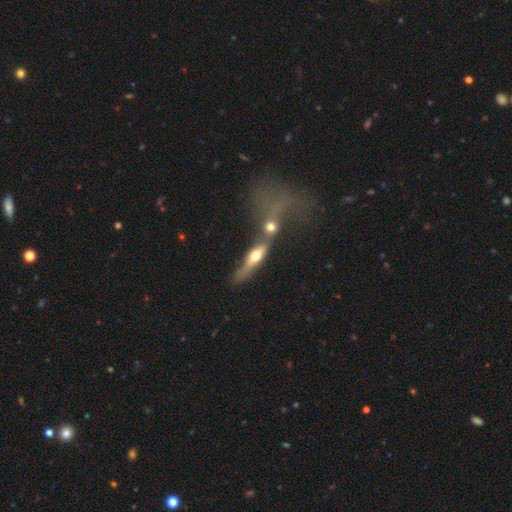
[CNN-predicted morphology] Smooth or featured: smooth — 48% (featured or disk — 44%)
Merging: merger — 46% (none — 28%)